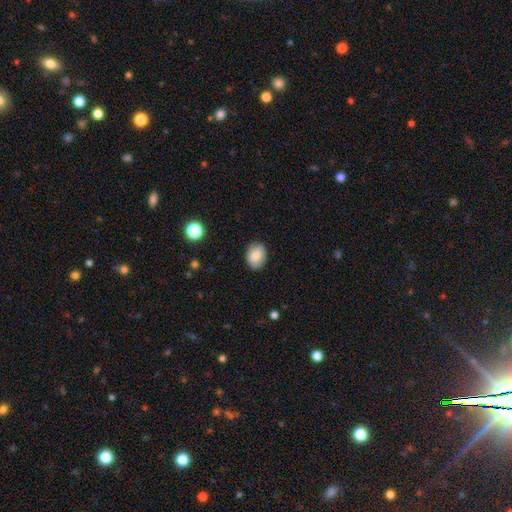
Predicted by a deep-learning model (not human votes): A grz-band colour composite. It shows a smooth galaxy with no disk features (83%) that is in between round and cigar-shaped (65%). Merging: none (85%).